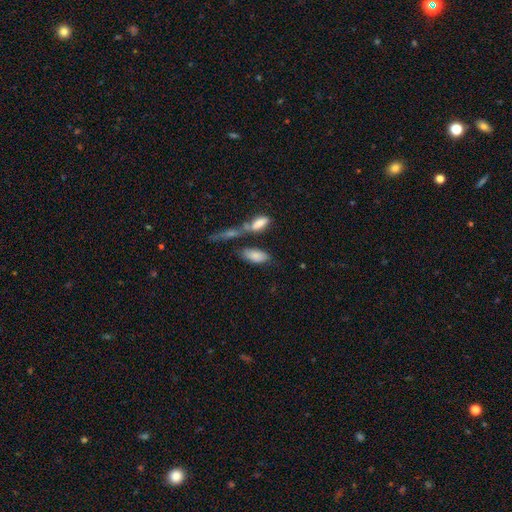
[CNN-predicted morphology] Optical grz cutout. It shows a smooth galaxy with no disk features (81%) that is in between round and cigar-shaped (84%). Merging: none (52%).